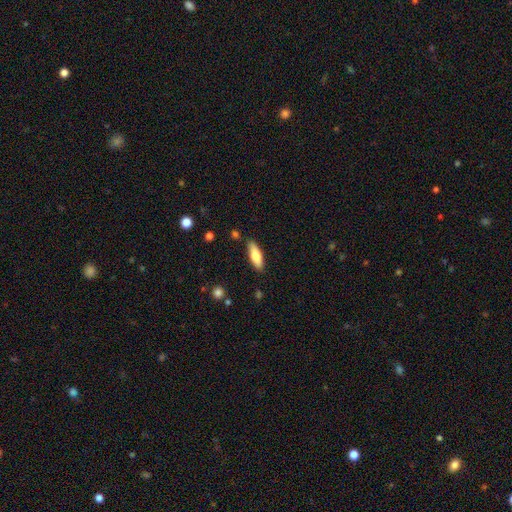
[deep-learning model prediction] This appears to be a smooth galaxy with no disk features (70%) that is in between round and cigar-shaped (52%). Merging: none (85%).